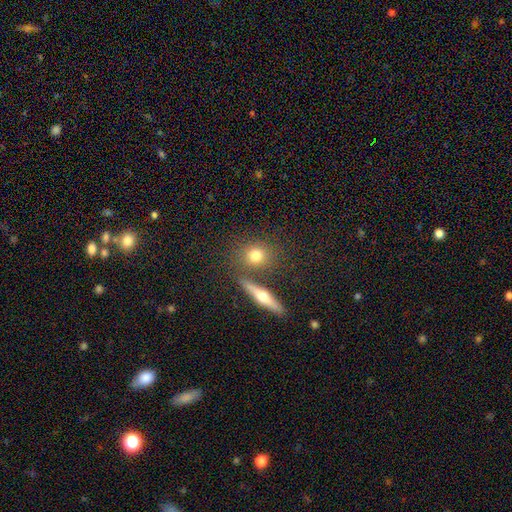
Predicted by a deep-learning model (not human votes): A smooth galaxy with no disk features (73%) that is round (70%). Merging: none (75%).